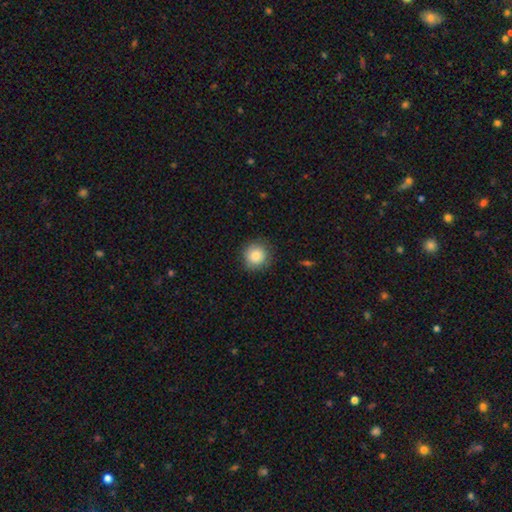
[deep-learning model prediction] This appears to be a smooth galaxy with no disk features (86%) that is round (93%). Merging: none (87%).